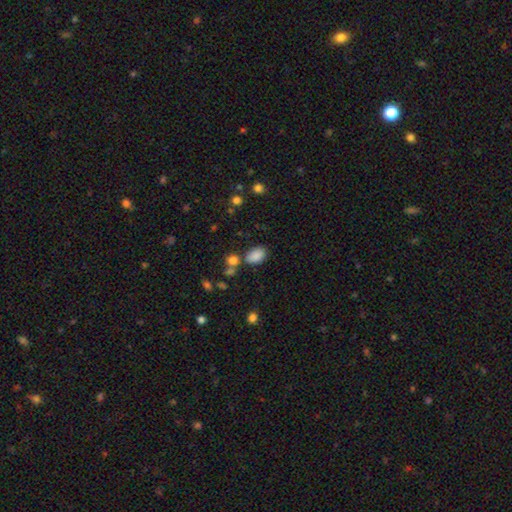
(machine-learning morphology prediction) This appears to be a smooth galaxy with no disk features (86%) that is in between round and cigar-shaped (89%). Merging: none (71%).